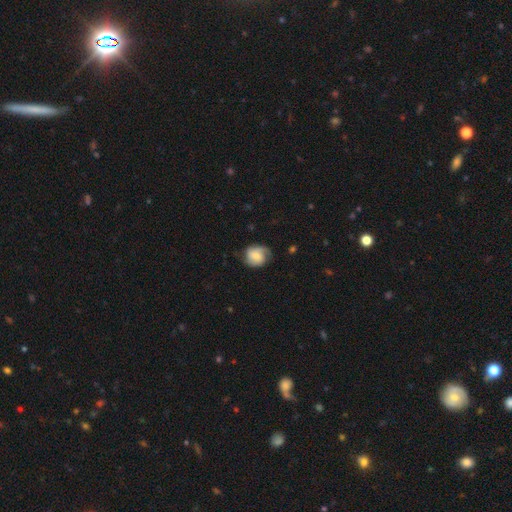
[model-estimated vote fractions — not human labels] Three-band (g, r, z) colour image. It shows a featured or disk galaxy (54%) with no bar (52%), spiral arms (90%) and a small central bulge (42%). Merging: none (62%).